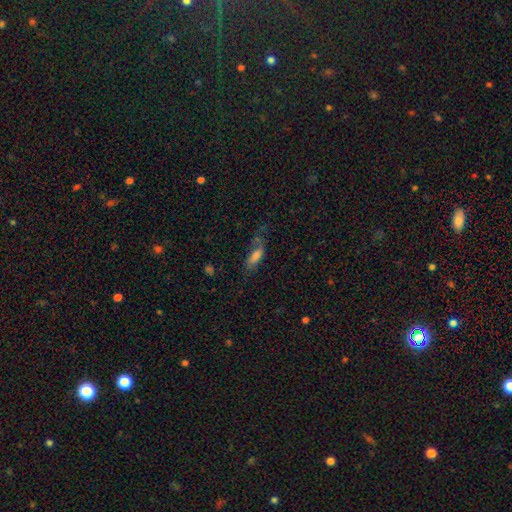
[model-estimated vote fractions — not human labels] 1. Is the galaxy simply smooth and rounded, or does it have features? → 71% smooth, 19% featured or disk, 10% star or artifact.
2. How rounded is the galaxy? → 65% in between, 32% cigar-shaped, 3% round.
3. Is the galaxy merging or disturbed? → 44% none, 28% minor disturbance, 22% major disturbance, 7% merger.